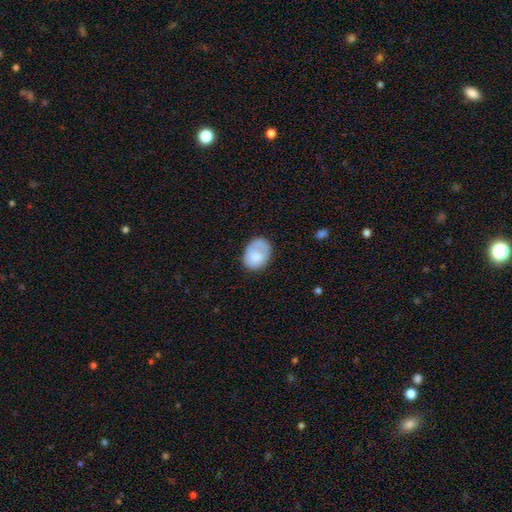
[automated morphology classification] type=smooth (78%); roundness=in between (65%); merging=none (56%).